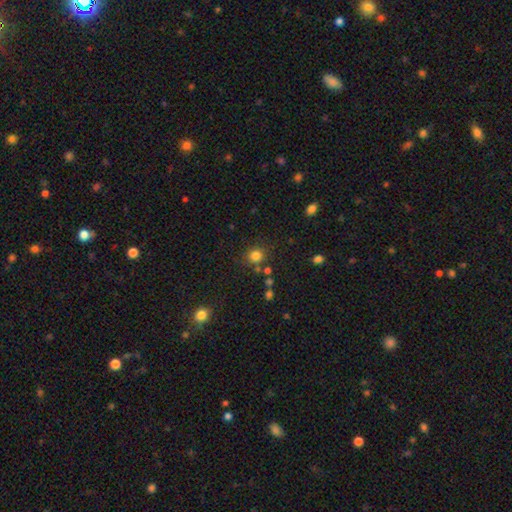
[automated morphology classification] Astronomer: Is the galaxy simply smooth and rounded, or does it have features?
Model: smooth — 80%.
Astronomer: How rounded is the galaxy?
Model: round — 82%.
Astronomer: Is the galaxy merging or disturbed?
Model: none — 77%.